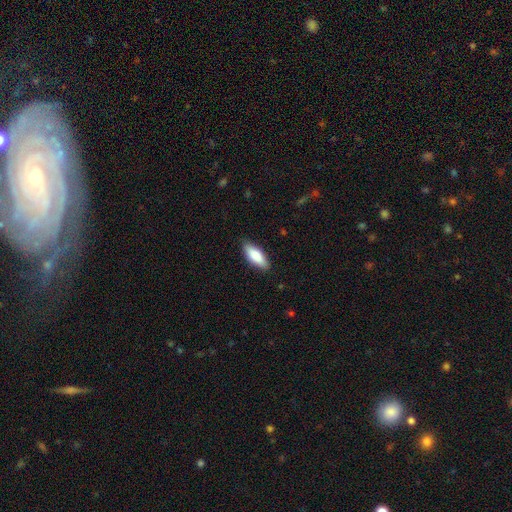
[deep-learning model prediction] Morphology: type=smooth (81%); roundness=in between (69%); merging=none (86%).